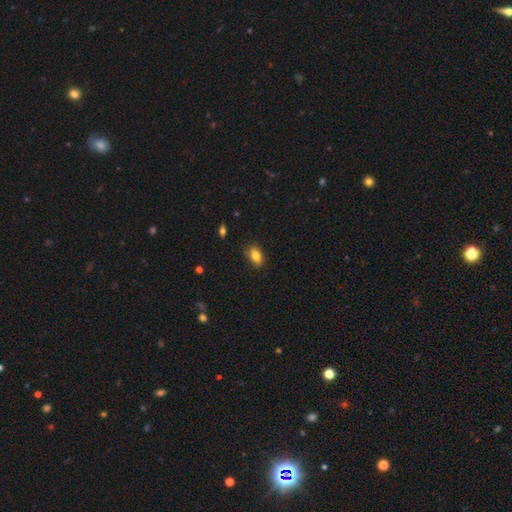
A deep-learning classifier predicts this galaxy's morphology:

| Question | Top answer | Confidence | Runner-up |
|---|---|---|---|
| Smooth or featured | smooth | 82% | featured or disk (9%) |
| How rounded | in between | 86% | round (9%) |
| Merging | none | 79% | minor disturbance (17%) |